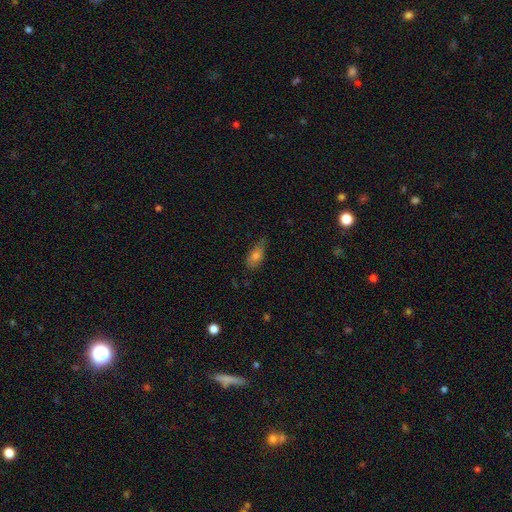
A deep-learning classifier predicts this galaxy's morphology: Smooth or featured? Predicted: smooth (p=0.70). How rounded? Predicted: in between (p=0.77). Merging? Predicted: none (p=0.62).